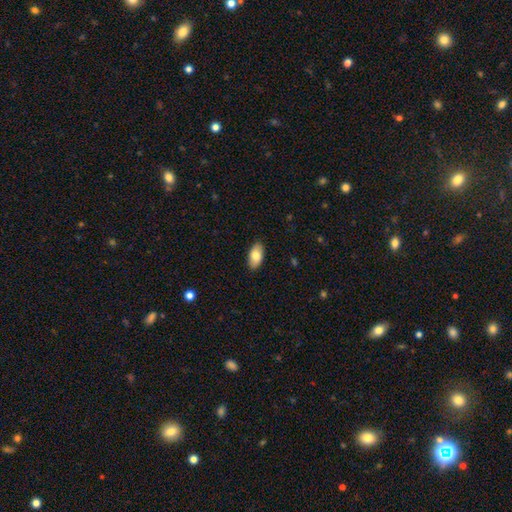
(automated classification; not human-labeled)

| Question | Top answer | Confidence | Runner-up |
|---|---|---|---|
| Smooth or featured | smooth | 82% | featured or disk (12%) |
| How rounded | in between | 94% | cigar-shaped (3%) |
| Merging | none | 88% | minor disturbance (9%) |